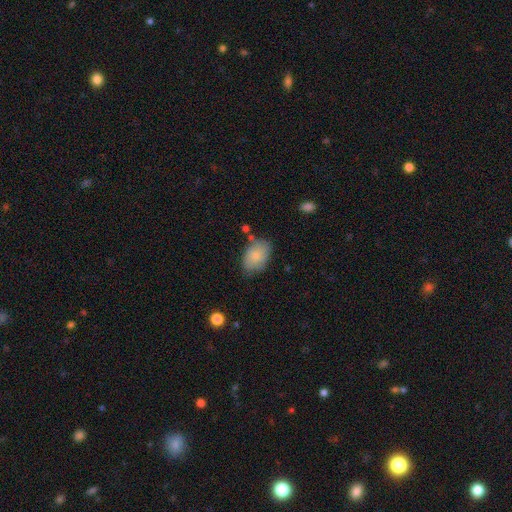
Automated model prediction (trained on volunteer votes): The model was most divided on "merging": none: 65%, minor disturbance: 24%, major disturbance: 6%, merger: 5%. More confident: how rounded — in between (85%); smooth or featured — smooth (78%).